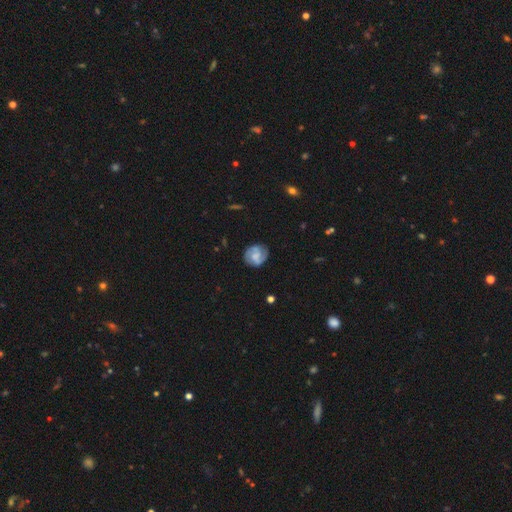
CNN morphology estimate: smooth_or_featured: featured or disk (p=0.62) [alt: smooth p=0.31]
disk_edge_on: no (p=0.98) [alt: yes p=0.02]
bar: no (p=0.47) [alt: weak p=0.43]
has_spiral_arms: yes (p=0.89) [alt: no p=0.11]
spiral_winding: medium (p=0.43) [alt: tight p=0.41]
spiral_arm_count: 2 (p=0.61) [alt: can't tell p=0.16]
bulge_size: moderate (p=0.32) [alt: small p=0.31]
merging: none (p=0.75) [alt: minor disturbance p=0.17]